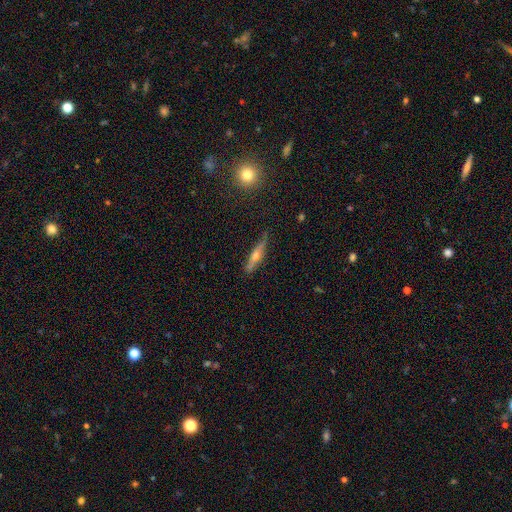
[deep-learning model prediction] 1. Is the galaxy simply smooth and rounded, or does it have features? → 63% featured or disk, 31% smooth, 7% star or artifact.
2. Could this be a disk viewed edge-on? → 95% yes, 5% no.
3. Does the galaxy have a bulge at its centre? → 91% rounded, 6% none, 4% boxy.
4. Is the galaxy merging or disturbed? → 85% none, 11% minor disturbance, 2% major disturbance, 2% merger.